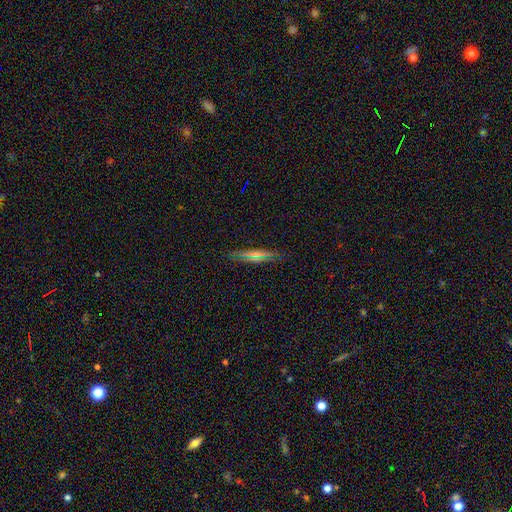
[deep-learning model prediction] Q: Smooth or featured?
A: smooth (49%); runner-up: featured or disk (32%)
Q: Merging?
A: none (88%); runner-up: minor disturbance (9%)